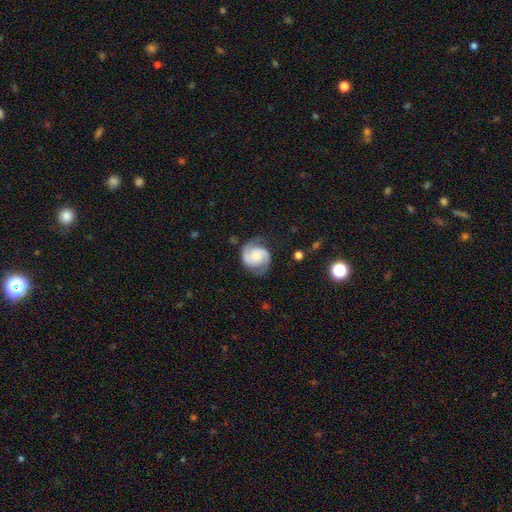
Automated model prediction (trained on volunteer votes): A featured or disk galaxy (85%) with no bar (63%), 2 (93%) medium (48%) spiral arms (98%) and a small central bulge (31%).

Vote fractions:
- Smooth or featured? featured or disk: 85% / smooth: 10% / star or artifact: 6%
- Edge-on disk? no: 98% / yes: 2%
- Bar? no: 63% / weak: 30% / strong: 8%
- Spiral arms? yes: 98% / no: 2%
- Spiral winding? medium: 48% / tight: 39% / loose: 13%
- Spiral arm count? 2: 93% / can't tell: 2% / 1: 1% / 3: 1% / 4: 1% / more than 4: 1%
- Bulge size? small: 31% / moderate: 26% / none: 25% / large: 14% / dominant: 4%
- Merging? none: 77% / minor disturbance: 15% / major disturbance: 6% / merger: 1%